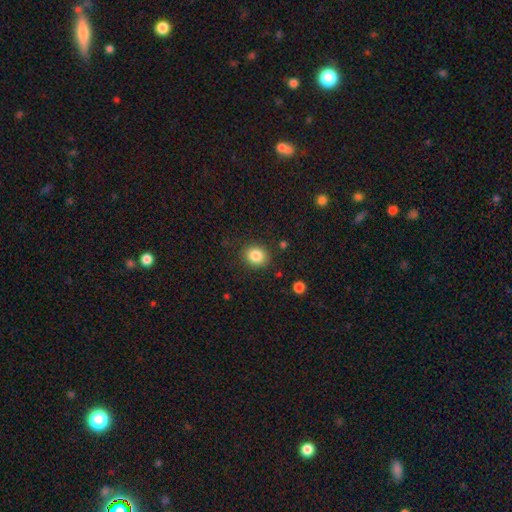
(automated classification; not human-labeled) Morphology: type=smooth (85%); roundness=round (71%); merging=none (87%).